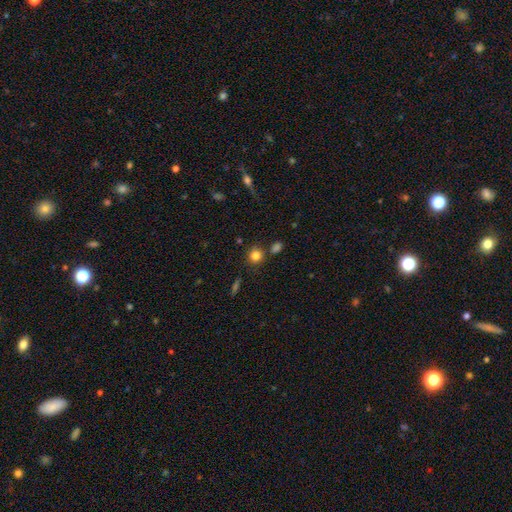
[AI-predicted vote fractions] This is clearly a smooth galaxy (82%). How rounded: clearly round (84%). Merging: likely none (78%).